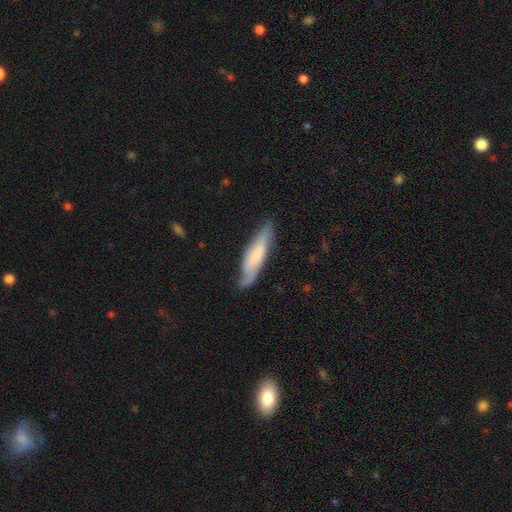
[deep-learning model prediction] Morphology: type=smooth (48%); merging=none (71%).